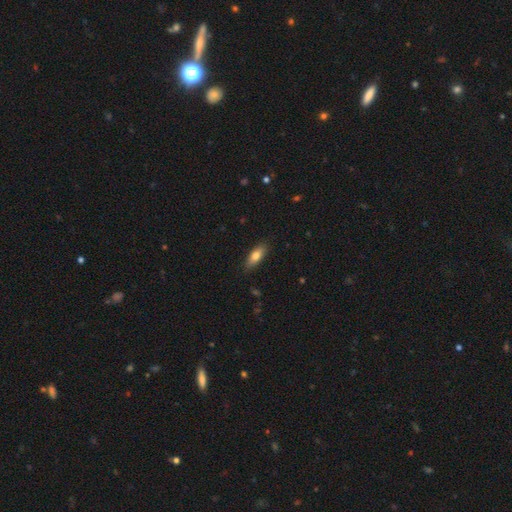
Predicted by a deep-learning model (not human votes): smooth_or_featured: smooth (p=0.77) [alt: featured or disk p=0.16]
how_rounded: in between (p=0.69) [alt: cigar-shaped p=0.28]
merging: none (p=0.85) [alt: minor disturbance p=0.12]